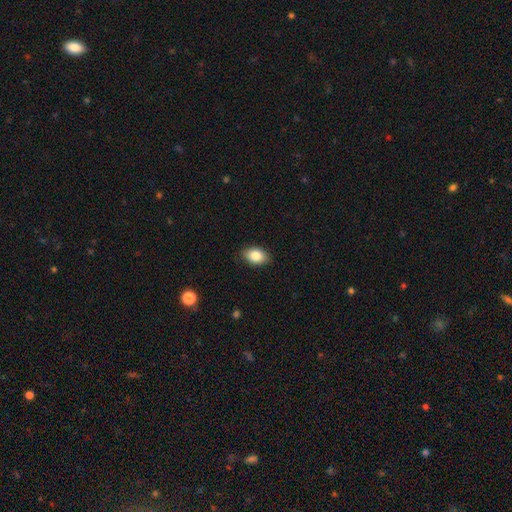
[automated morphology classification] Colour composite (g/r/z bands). It shows a smooth galaxy with no disk features (85%) that is in between round and cigar-shaped (86%). Merging: none (87%).